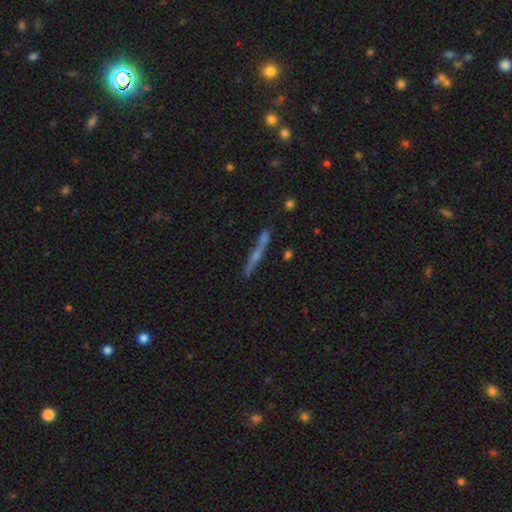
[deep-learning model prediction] featured or disk 66%, smooth 25%, star or artifact 9%. Down the decision tree: edge-on disk — yes (95%); edge-on bulge — rounded (72%); merging — none (77%).